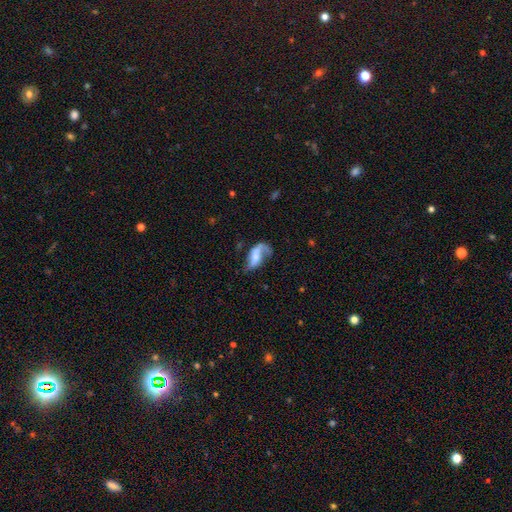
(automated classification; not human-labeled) Smooth or featured: featured or disk — 65% (smooth — 28%)
Edge-on disk: no — 93% (yes — 7%)
Bar: no — 45% (weak — 33%)
Spiral arms: yes — 81% (no — 19%)
Bulge size: moderate — 43% (small — 39%)
Merging: none — 38% (major disturbance — 32%)